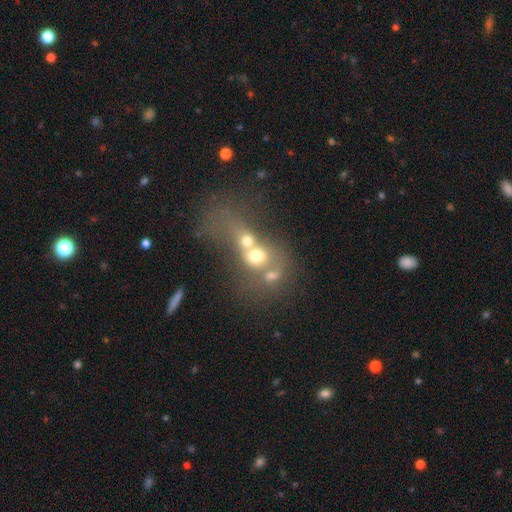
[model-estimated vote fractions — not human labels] Overall: smooth (51%; featured or disk 32%). How rounded: round (56%; in between 41%). Merging: merger (74%).